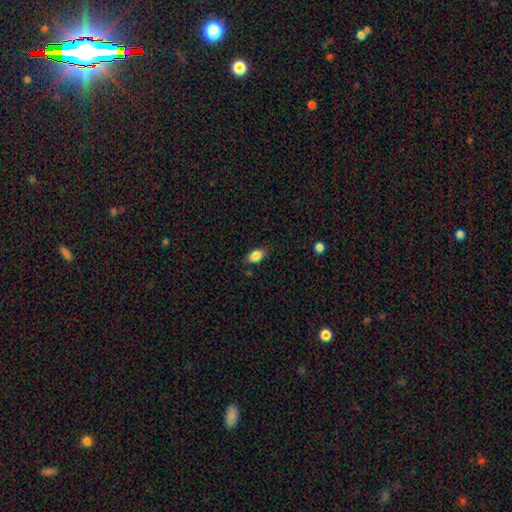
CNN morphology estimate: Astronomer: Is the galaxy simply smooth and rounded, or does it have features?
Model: smooth — 85%.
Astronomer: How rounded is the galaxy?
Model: in between — 88%.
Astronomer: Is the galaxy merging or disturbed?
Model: none — 80%.